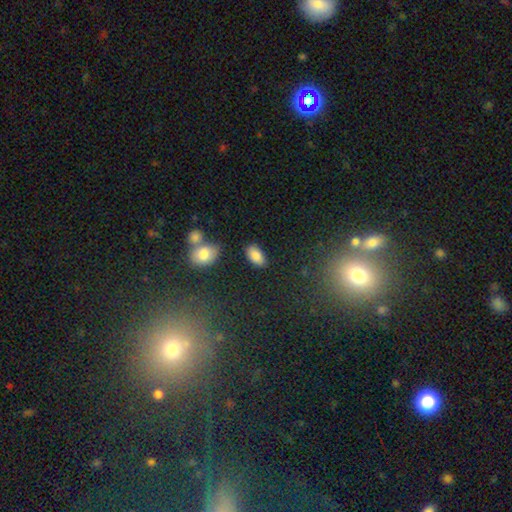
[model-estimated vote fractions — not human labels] This appears to be a smooth galaxy with no disk features (85%) that is in between round and cigar-shaped (93%). Merging: none (80%).